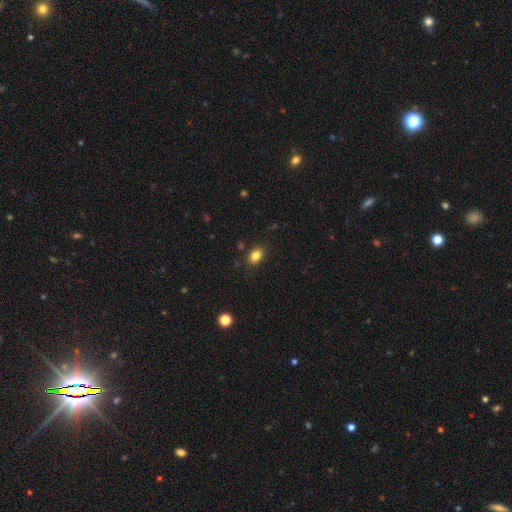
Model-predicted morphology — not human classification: Smooth or featured?
  - smooth: 83% *
  - star or artifact: 10%
  - featured or disk: 6%
How rounded?
  - in between: 73% *
  - round: 26%
  - cigar-shaped: 1%
Merging?
  - none: 85% *
  - minor disturbance: 10%
  - major disturbance: 3%
  - merger: 2%